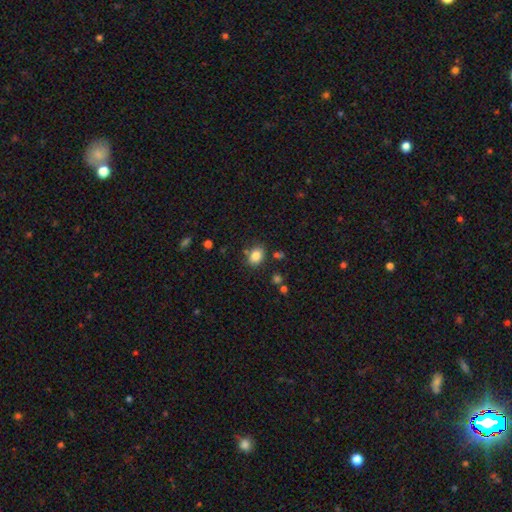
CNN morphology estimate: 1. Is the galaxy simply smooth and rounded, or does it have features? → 84% smooth, 10% star or artifact, 6% featured or disk.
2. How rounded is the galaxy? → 66% in between, 33% round, 1% cigar-shaped.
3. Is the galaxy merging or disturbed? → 78% none, 13% minor disturbance, 6% merger, 4% major disturbance.